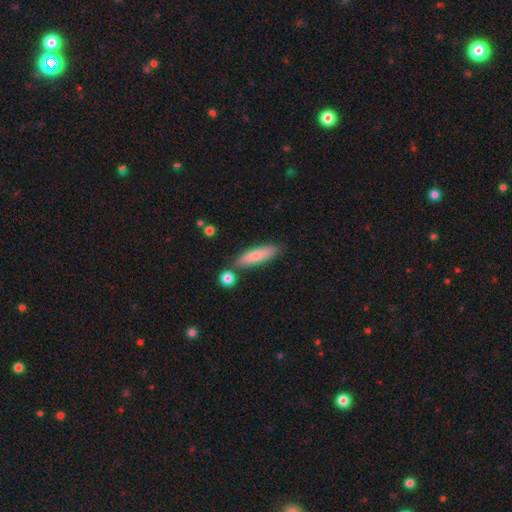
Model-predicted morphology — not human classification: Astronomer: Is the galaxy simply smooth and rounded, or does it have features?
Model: smooth — 77%.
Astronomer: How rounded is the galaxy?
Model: cigar-shaped — 68%.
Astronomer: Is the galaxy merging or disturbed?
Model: none — 77%.